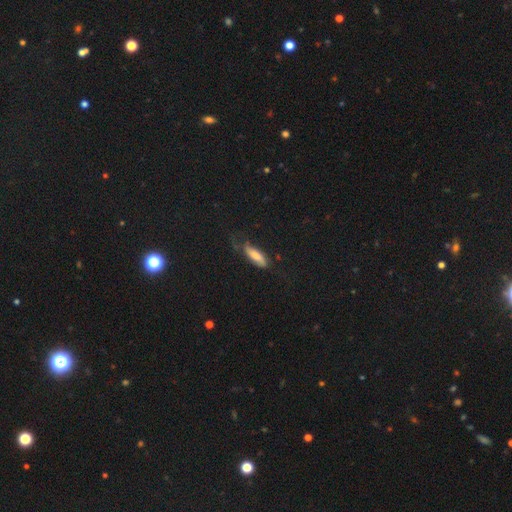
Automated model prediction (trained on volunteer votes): Smooth or featured? Predicted: smooth (p=0.71). How rounded? Predicted: in between (p=0.51). Merging? Predicted: none (p=0.51).